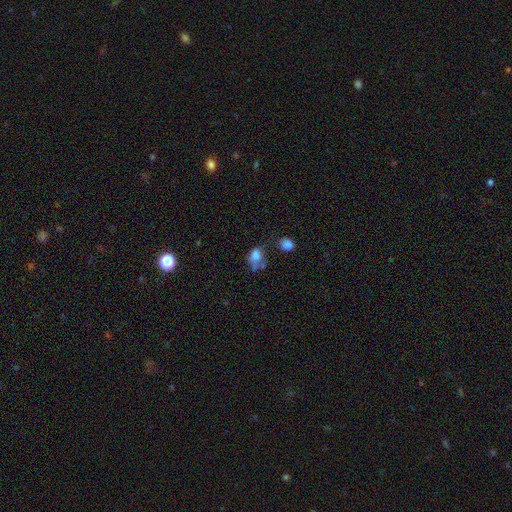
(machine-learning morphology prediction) Smooth or featured?
  - smooth: 71% *
  - featured or disk: 16%
  - star or artifact: 13%
How rounded?
  - in between: 67% *
  - round: 32%
  - cigar-shaped: 2%
Merging?
  - none: 29% *
  - major disturbance: 25%
  - minor disturbance: 25%
  - merger: 21%